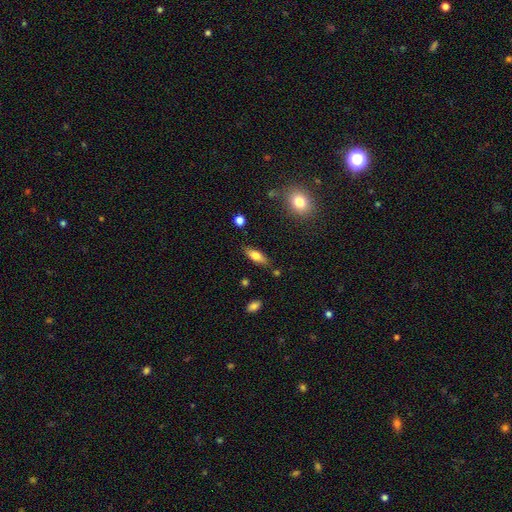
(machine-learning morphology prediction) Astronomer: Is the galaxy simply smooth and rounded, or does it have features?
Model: smooth — 69%.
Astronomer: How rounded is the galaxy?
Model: in between — 70%.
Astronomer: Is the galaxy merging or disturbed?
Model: none — 81%.